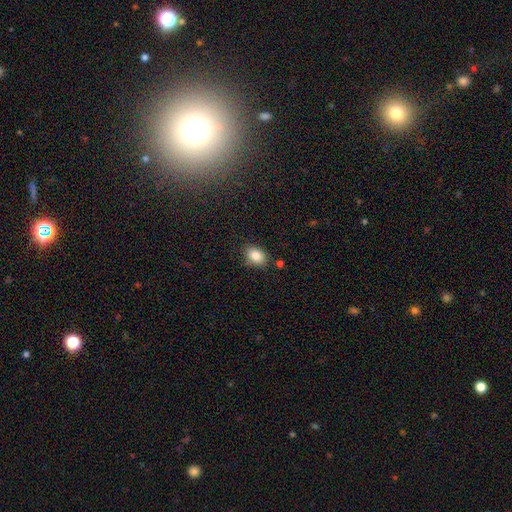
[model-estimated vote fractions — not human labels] Smooth or featured? Predicted: smooth (p=0.85). How rounded? Predicted: in between (p=0.75). Merging? Predicted: none (p=0.78).